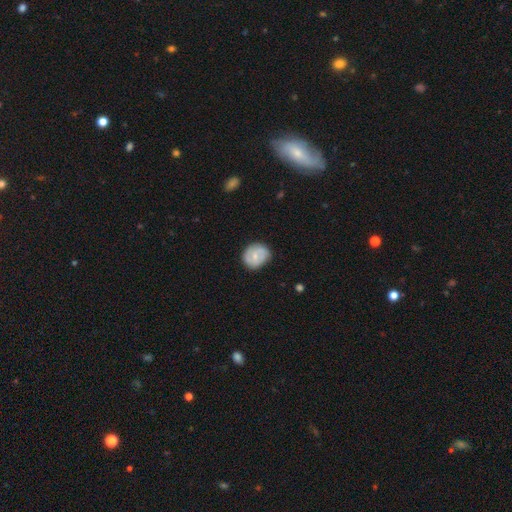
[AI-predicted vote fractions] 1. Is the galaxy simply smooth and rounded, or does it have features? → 48% featured or disk, 46% smooth, 6% star or artifact.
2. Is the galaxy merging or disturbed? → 78% none, 17% minor disturbance, 4% major disturbance, 1% merger.